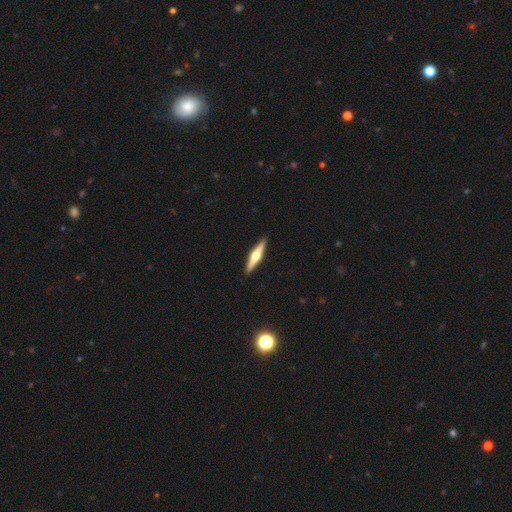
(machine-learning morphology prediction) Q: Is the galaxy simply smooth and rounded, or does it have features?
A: featured or disk — 70%.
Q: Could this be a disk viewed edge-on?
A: yes — 98%.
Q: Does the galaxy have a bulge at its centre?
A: rounded — 93%.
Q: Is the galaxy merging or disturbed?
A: none — 92%.